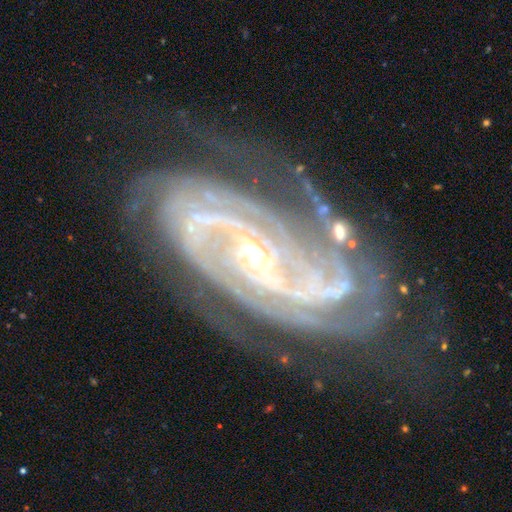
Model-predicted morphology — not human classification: Smooth or featured?
  - featured or disk: 91% *
  - star or artifact: 6%
  - smooth: 3%
Edge-on disk?
  - no: 96% *
  - yes: 4%
Bar?
  - strong: 37% *
  - weak: 32%
  - no: 31%
Spiral arms?
  - yes: 99% *
  - no: 1%
Spiral winding?
  - tight: 69% *
  - medium: 26%
  - loose: 4%
Spiral arm count?
  - 2: 32% *
  - 3: 20%
  - 4: 16%
  - can't tell: 14%
  - more than 4: 10%
  - 1: 8%
Bulge size?
  - small: 75% *
  - moderate: 21%
  - none: 1%
  - large: 1%
  - dominant: 1%
Merging?
  - none: 71% *
  - minor disturbance: 18%
  - major disturbance: 8%
  - merger: 2%